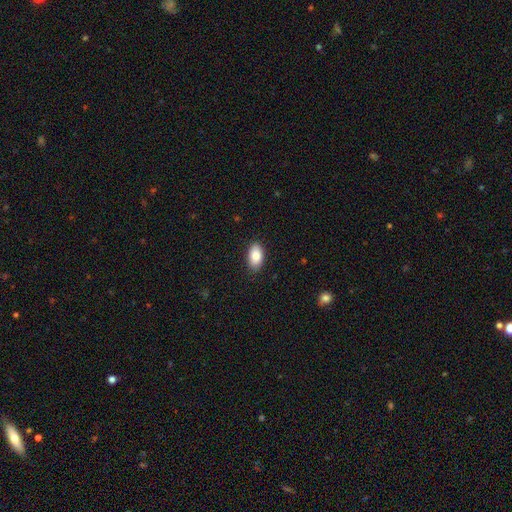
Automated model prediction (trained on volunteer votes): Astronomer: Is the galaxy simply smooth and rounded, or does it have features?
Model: smooth — 87%.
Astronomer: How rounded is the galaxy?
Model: in between — 94%.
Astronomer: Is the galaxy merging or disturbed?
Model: none — 88%.